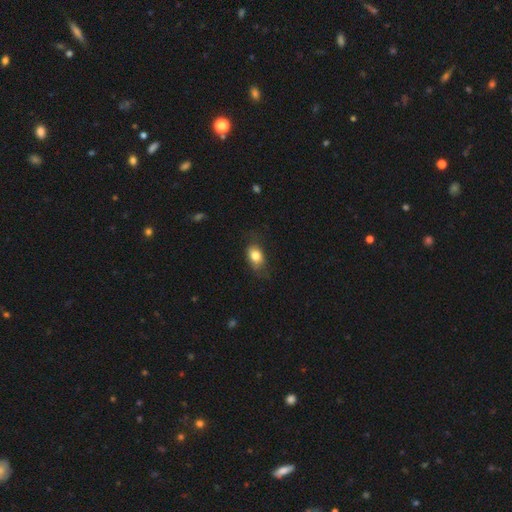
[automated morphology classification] smooth-or-featured: smooth: 78% | featured or disk: 14% | star or artifact: 8%
  how-rounded: in between: 77% | round: 21% | cigar-shaped: 2%
  merging: none: 63% | minor disturbance: 26% | major disturbance: 10% | merger: 1%